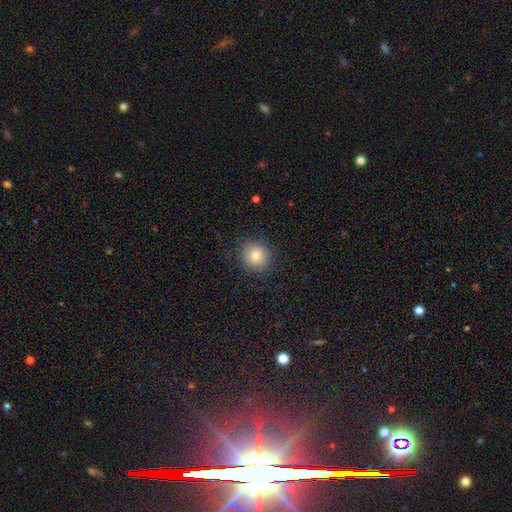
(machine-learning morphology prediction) Smooth or featured?
  - smooth: 77% *
  - featured or disk: 12%
  - star or artifact: 11%
How rounded?
  - round: 89% *
  - in between: 10%
  - cigar-shaped: 1%
Merging?
  - none: 85% *
  - minor disturbance: 10%
  - major disturbance: 4%
  - merger: 1%